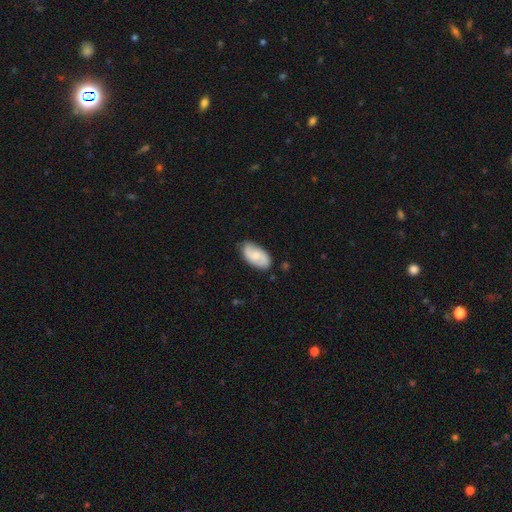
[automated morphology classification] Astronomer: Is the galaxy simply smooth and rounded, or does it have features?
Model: smooth — 55% (runner-up: featured or disk, 39%).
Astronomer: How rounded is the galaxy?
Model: in between — 94%.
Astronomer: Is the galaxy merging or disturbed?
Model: none — 77%.